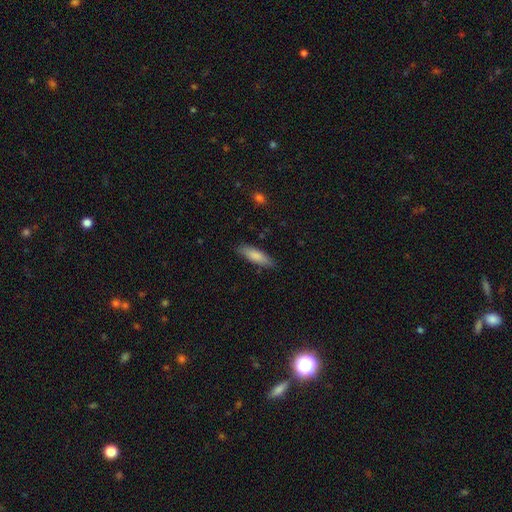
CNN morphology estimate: Q: Smooth or featured?
A: smooth (82%); runner-up: featured or disk (12%)
Q: How rounded?
A: cigar-shaped (59%); runner-up: in between (40%)
Q: Merging?
A: none (86%); runner-up: minor disturbance (11%)